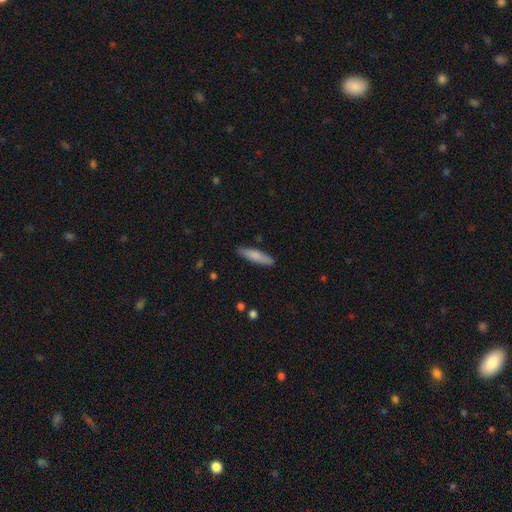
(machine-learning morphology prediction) Smooth or featured? smooth (77%)
How rounded? cigar-shaped (78%)
Merging? none (87%)